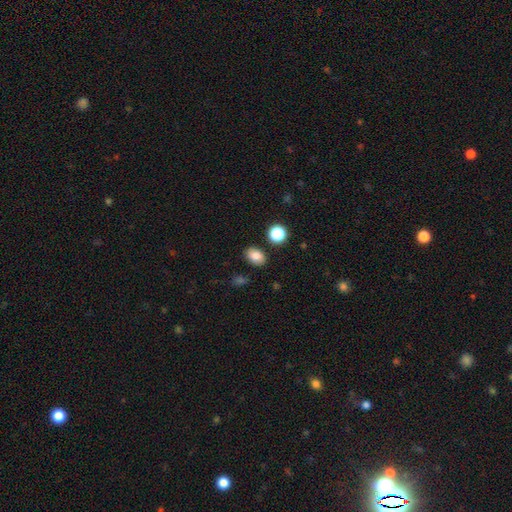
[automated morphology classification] Smooth or featured? Predicted: smooth (p=0.82). How rounded? Predicted: in between (p=0.79). Merging? Predicted: none (p=0.85).